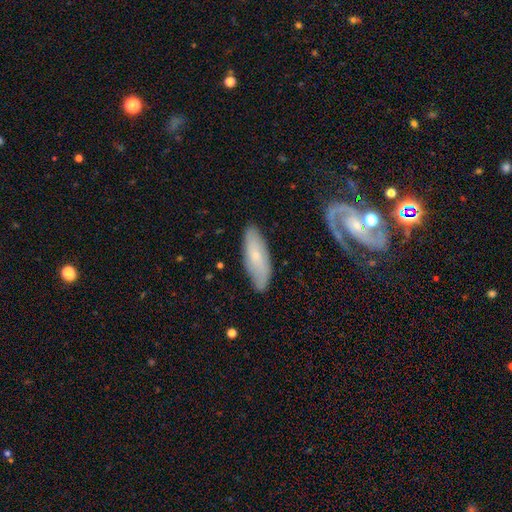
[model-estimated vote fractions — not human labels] Smooth or featured? Predicted: smooth (p=0.53). How rounded? Predicted: in between (p=0.58). Merging? Predicted: none (p=0.77).